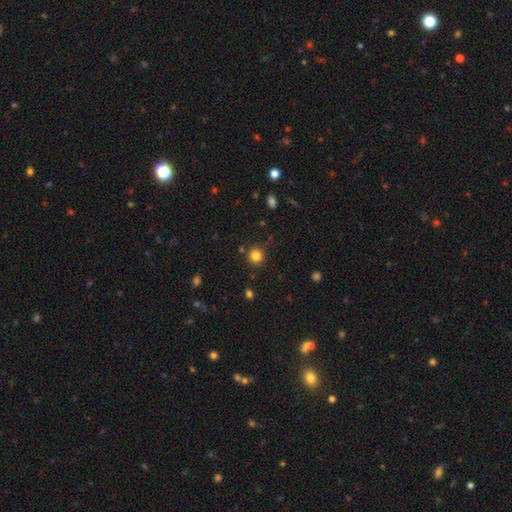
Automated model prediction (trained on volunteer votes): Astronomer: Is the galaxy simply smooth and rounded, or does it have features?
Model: smooth — 82%.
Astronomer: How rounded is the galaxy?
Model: round — 93%.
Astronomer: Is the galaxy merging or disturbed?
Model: none — 85%.